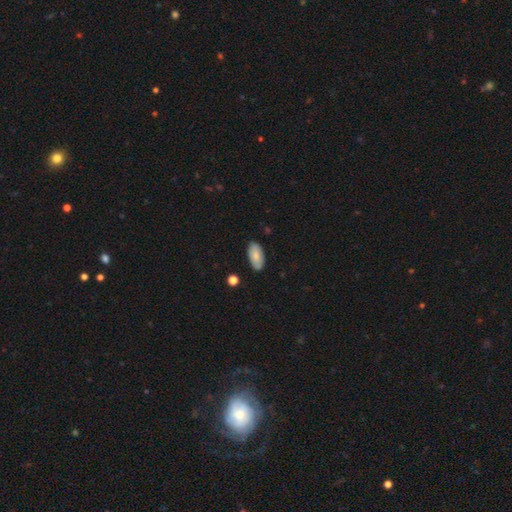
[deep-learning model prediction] Smooth or featured? Predicted: smooth (p=0.82). How rounded? Predicted: in between (p=0.94). Merging? Predicted: none (p=0.85).